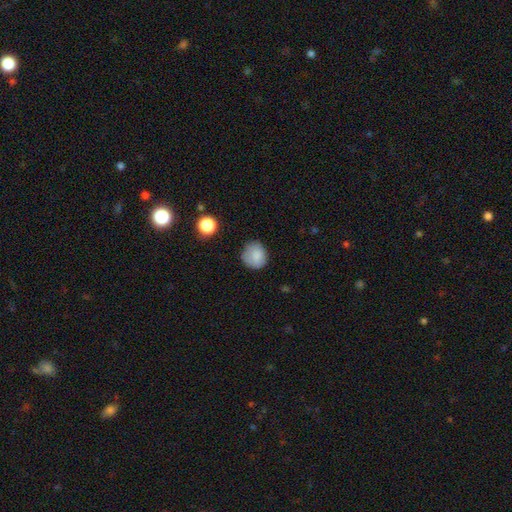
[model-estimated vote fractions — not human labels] Smooth or featured: smooth — 83% (star or artifact — 9%)
How rounded: round — 82% (in between — 17%)
Merging: none — 74% (minor disturbance — 19%)